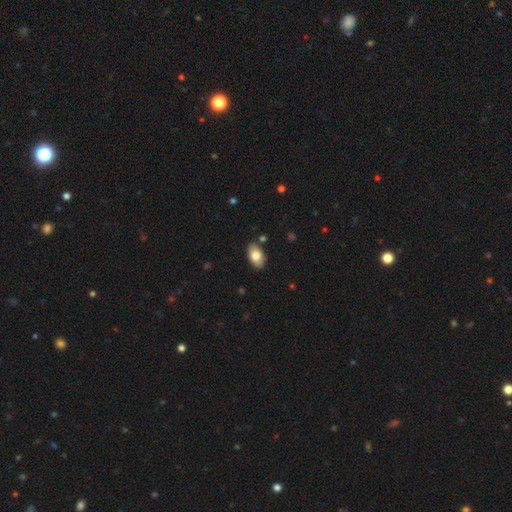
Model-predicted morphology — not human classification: A smooth galaxy with no disk features (79%) that is in between round and cigar-shaped (93%). Merging: none (84%).